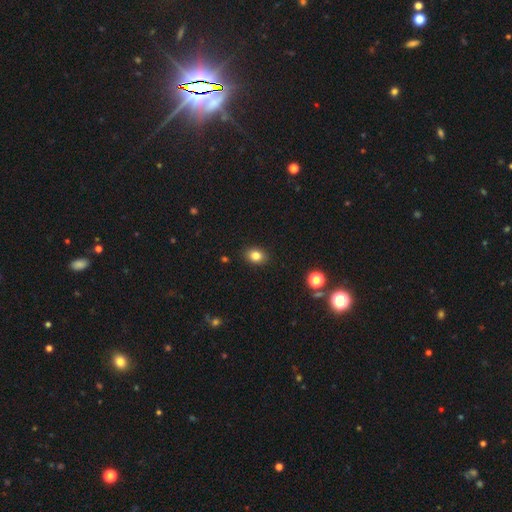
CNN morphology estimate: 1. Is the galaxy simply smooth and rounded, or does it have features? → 82% smooth, 12% star or artifact, 6% featured or disk.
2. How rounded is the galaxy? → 53% in between, 46% round, 1% cigar-shaped.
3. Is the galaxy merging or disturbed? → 89% none, 8% minor disturbance, 2% major disturbance, 1% merger.